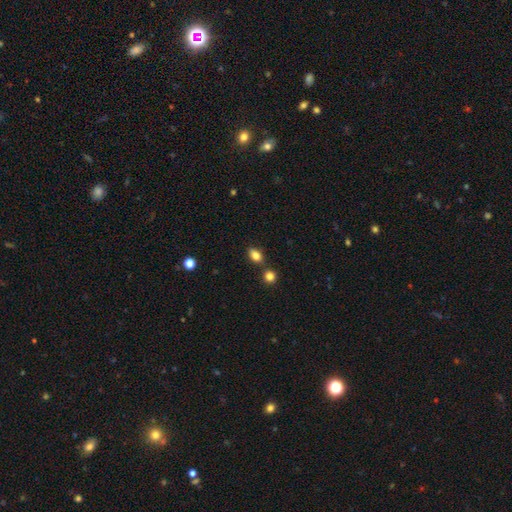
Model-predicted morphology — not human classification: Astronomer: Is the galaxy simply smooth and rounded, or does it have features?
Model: smooth — 82%.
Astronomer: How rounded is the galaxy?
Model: in between — 80%.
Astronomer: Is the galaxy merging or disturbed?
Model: none — 71%.